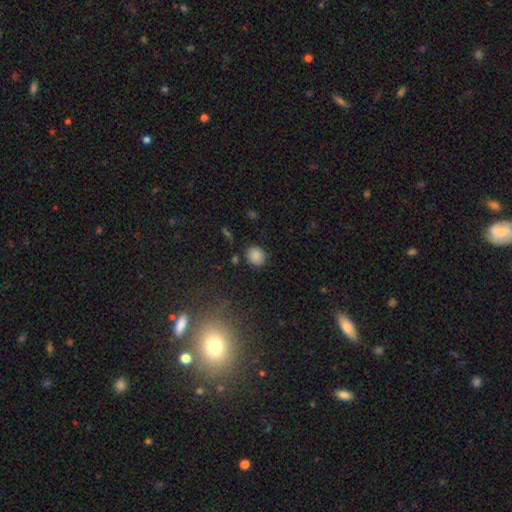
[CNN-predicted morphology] Smooth or featured? smooth (85%)
How rounded? round (63%)
Merging? none (82%)